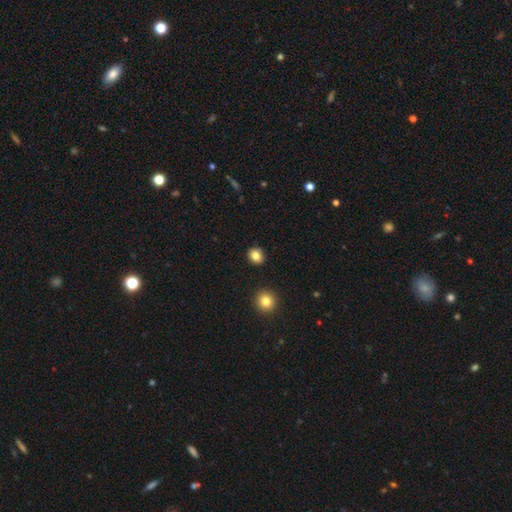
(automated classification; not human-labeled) smooth_or_featured: smooth (p=0.82) [alt: star or artifact p=0.11]
how_rounded: round (p=0.74) [alt: in between p=0.25]
merging: none (p=0.89) [alt: minor disturbance p=0.07]